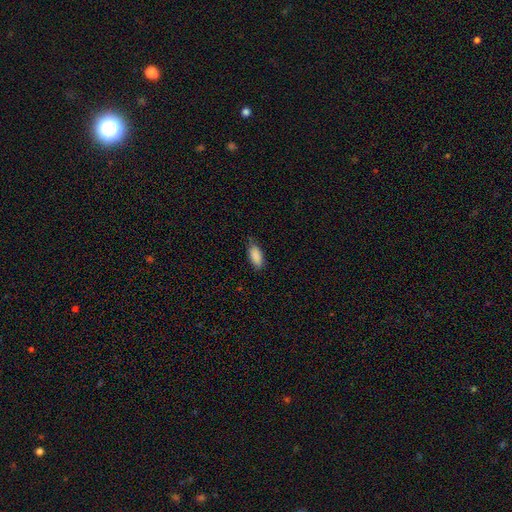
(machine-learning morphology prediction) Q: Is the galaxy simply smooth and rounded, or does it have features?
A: smooth — 89%.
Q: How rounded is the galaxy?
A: in between — 88%.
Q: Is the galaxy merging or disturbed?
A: none — 74%.